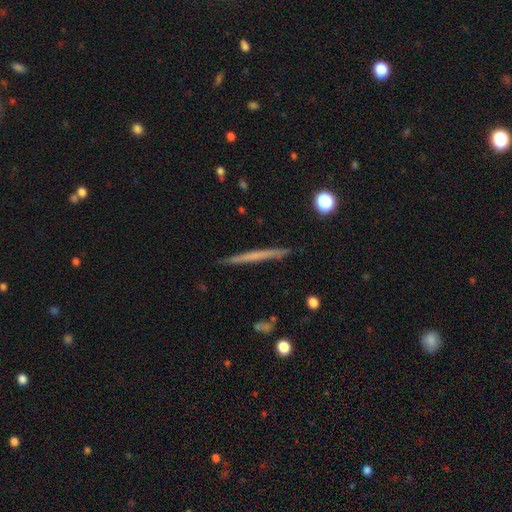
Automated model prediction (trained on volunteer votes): A featured or disk galaxy (47%, tied with smooth). Merging: none (90%).